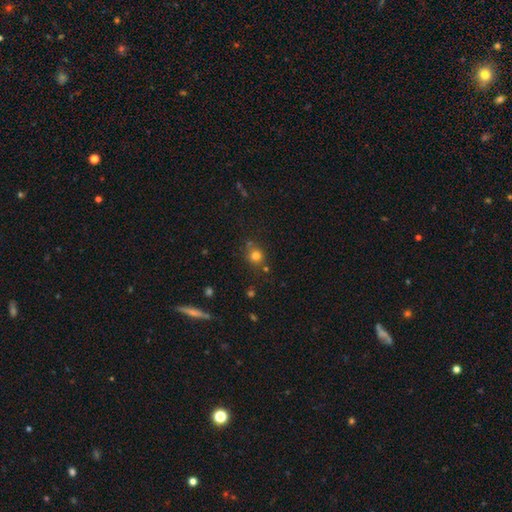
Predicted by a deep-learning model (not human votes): Morphology: type=smooth (78%); roundness=round (83%); merging=none (73%).